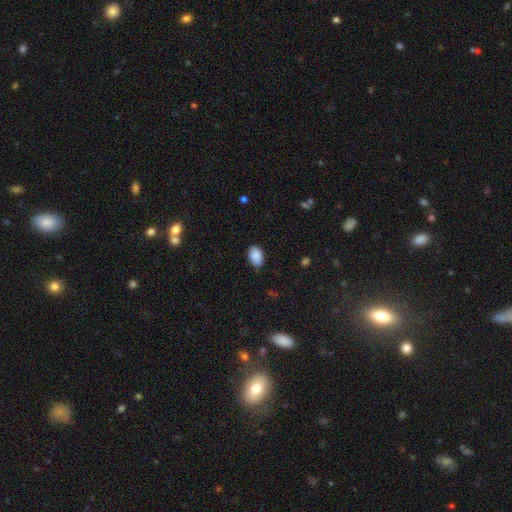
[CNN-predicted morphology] Smooth or featured?
  - smooth: 89% *
  - star or artifact: 7%
  - featured or disk: 4%
How rounded?
  - in between: 89% *
  - round: 10%
  - cigar-shaped: 1%
Merging?
  - none: 78% *
  - minor disturbance: 18%
  - major disturbance: 3%
  - merger: 1%